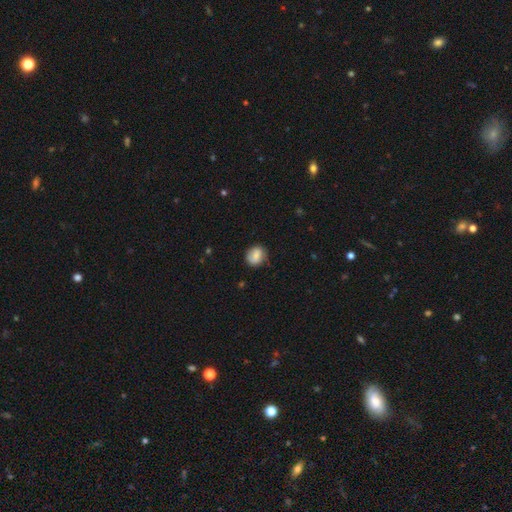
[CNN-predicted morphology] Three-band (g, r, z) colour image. It shows a smooth galaxy with no disk features (75%) that is round (67%). Merging: none (76%).